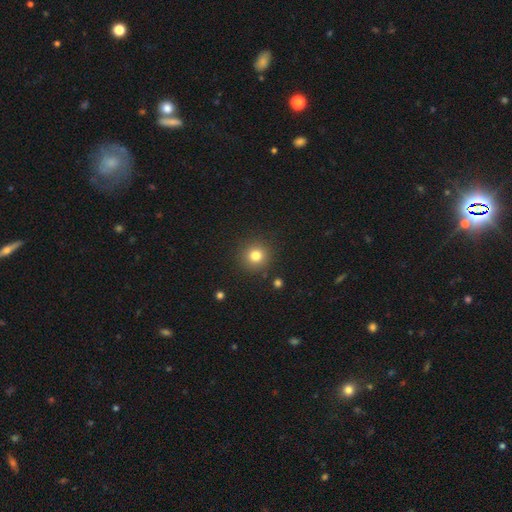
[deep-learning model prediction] Morphology: type=smooth (81%); roundness=round (94%); merging=none (90%).